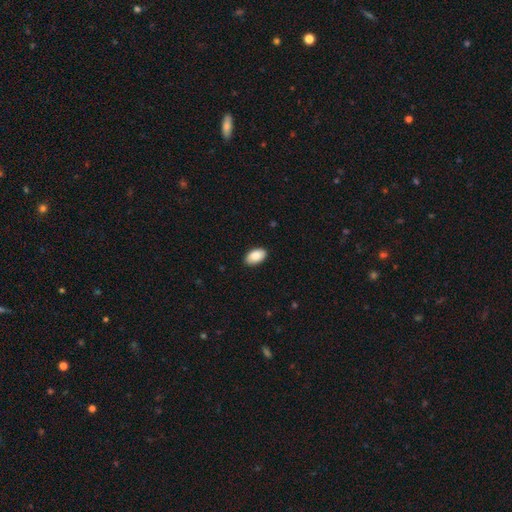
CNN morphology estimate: The model was most divided on "merging": none: 88%, minor disturbance: 9%, major disturbance: 2%, merger: 1%. More confident: how rounded — in between (94%); smooth or featured — smooth (88%).